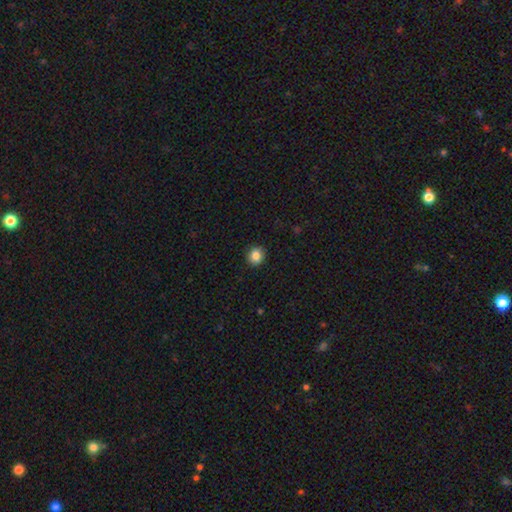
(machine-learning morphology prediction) A smooth galaxy with no disk features (85%) that is round (84%).

Vote fractions:
- Smooth or featured? smooth: 85% / star or artifact: 10% / featured or disk: 5%
- How rounded? round: 84% / in between: 15% / cigar-shaped: 1%
- Merging? none: 91% / minor disturbance: 6% / major disturbance: 2% / merger: 1%